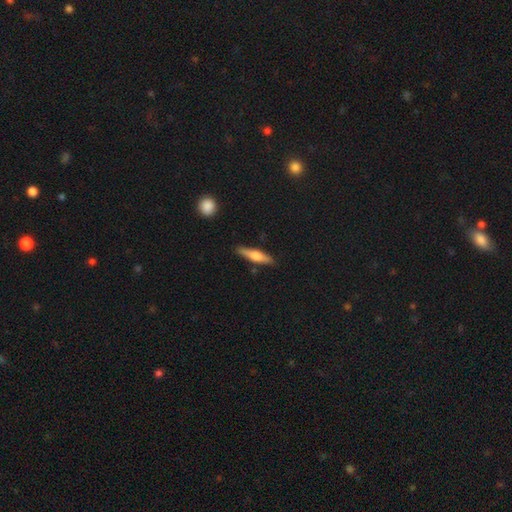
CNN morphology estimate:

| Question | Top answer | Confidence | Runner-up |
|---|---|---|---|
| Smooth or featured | smooth | 51% | featured or disk (43%) |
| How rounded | cigar-shaped | 78% | in between (20%) |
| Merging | none | 86% | minor disturbance (10%) |